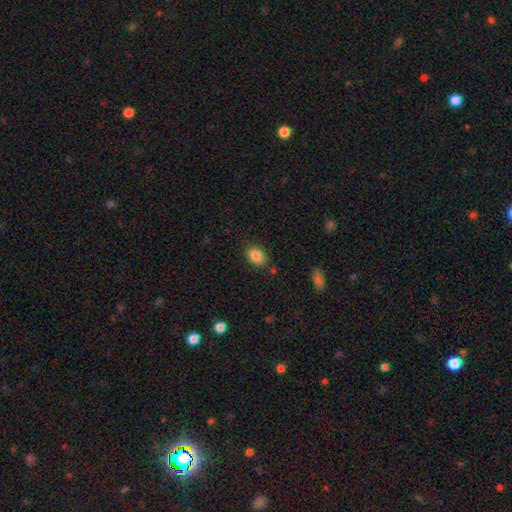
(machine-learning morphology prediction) smooth-or-featured: smooth: 87% | star or artifact: 8% | featured or disk: 5%
  how-rounded: in between: 79% | round: 20% | cigar-shaped: 1%
  merging: none: 80% | minor disturbance: 14% | major disturbance: 3% | merger: 3%